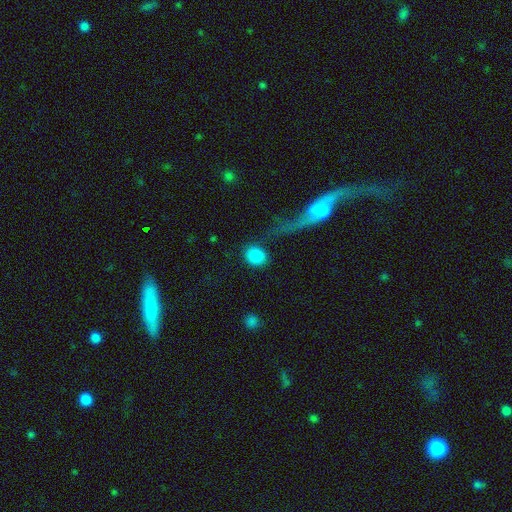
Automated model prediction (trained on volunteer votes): Smooth or featured?
  - smooth: 85% *
  - star or artifact: 8%
  - featured or disk: 8%
How rounded?
  - round: 70% *
  - in between: 28%
  - cigar-shaped: 2%
Merging?
  - none: 72% *
  - minor disturbance: 10%
  - major disturbance: 9%
  - merger: 9%